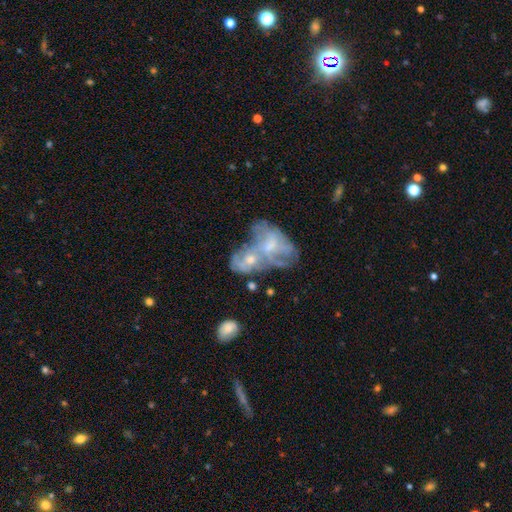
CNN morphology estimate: Smooth or featured?
  - featured or disk: 63% *
  - smooth: 24%
  - star or artifact: 13%
Edge-on disk?
  - no: 95% *
  - yes: 5%
Bar?
  - no: 74% *
  - weak: 21%
  - strong: 5%
Spiral arms?
  - yes: 52% *
  - no: 48%
Bulge size?
  - small: 44% *
  - moderate: 41%
  - none: 10%
  - large: 3%
  - dominant: 2%
Merging?
  - merger: 63% *
  - none: 18%
  - major disturbance: 11%
  - minor disturbance: 9%